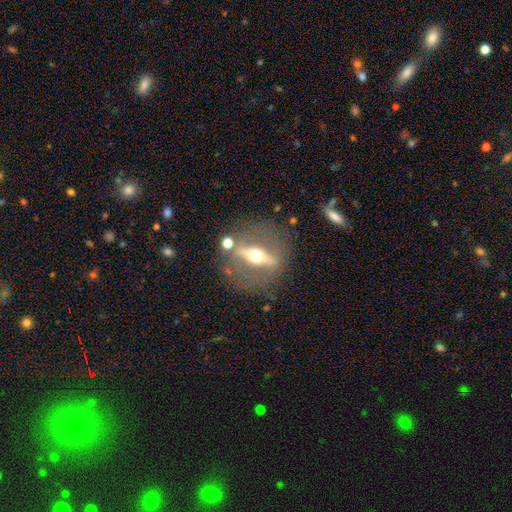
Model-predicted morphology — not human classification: A featured or disk galaxy (77%) viewed edge-on (57%). Merging: none (75%).